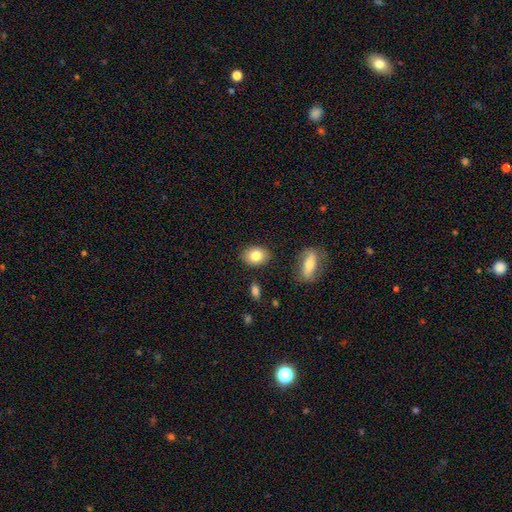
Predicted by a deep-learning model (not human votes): Smooth or featured: smooth — 82% (featured or disk — 11%)
How rounded: in between — 73% (round — 26%)
Merging: none — 86% (minor disturbance — 9%)